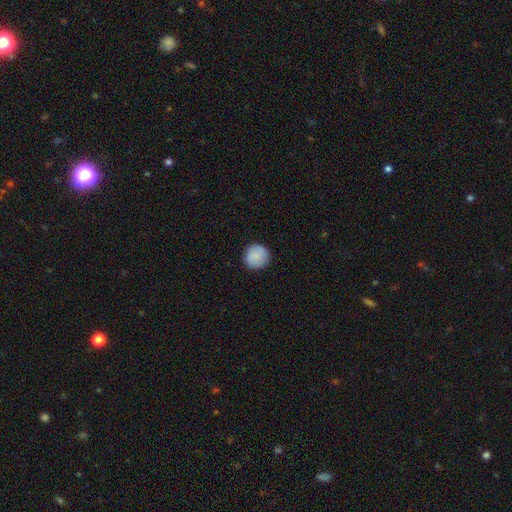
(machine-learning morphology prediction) This is clearly a smooth galaxy (83%). How rounded: clearly round (94%). Merging: clearly none (88%).